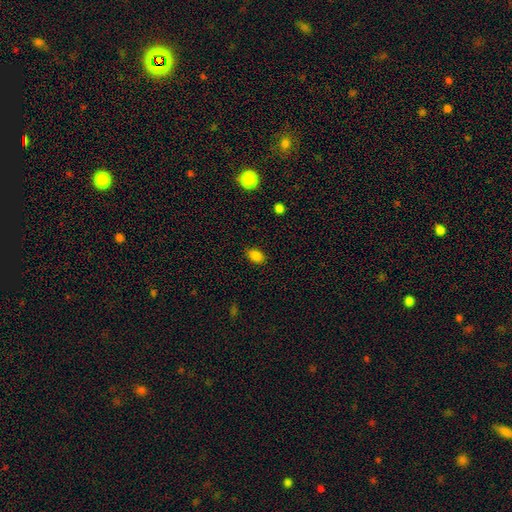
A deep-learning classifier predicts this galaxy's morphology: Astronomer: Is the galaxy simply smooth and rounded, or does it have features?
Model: smooth — 85%.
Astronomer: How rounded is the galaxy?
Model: in between — 85%.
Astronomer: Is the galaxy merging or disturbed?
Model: none — 85%.